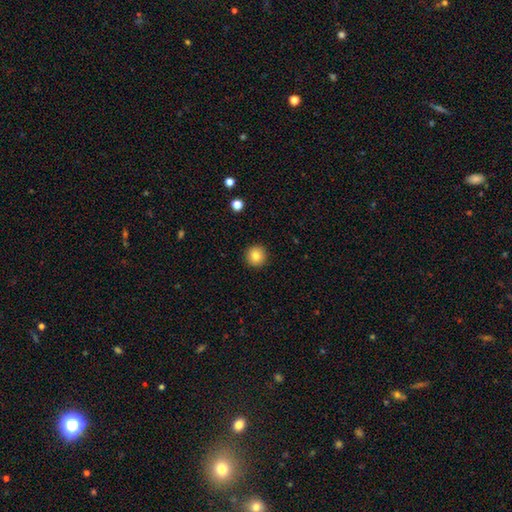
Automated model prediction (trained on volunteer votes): Morphology: type=smooth (83%); roundness=round (96%); merging=none (93%).